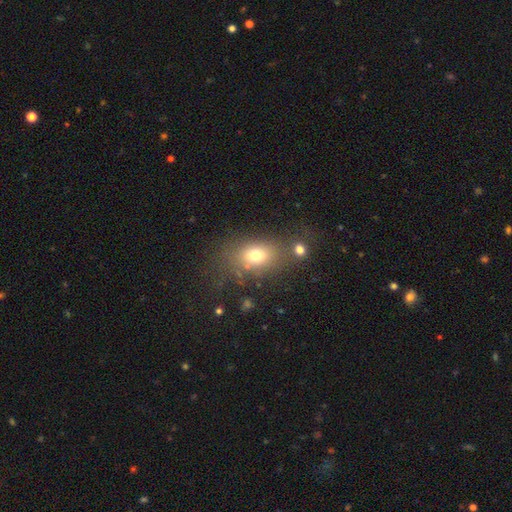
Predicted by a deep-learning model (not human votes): Q: Smooth or featured?
A: smooth (73%); runner-up: star or artifact (14%)
Q: How rounded?
A: in between (69%); runner-up: round (29%)
Q: Merging?
A: none (64%); runner-up: minor disturbance (15%)